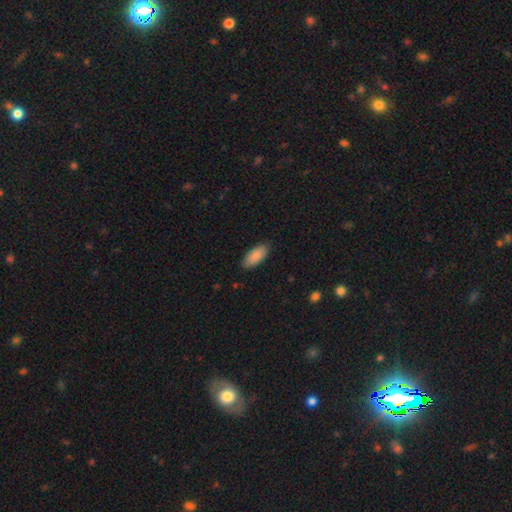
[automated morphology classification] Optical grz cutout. It shows a smooth galaxy with no disk features (88%) that is in between round and cigar-shaped (88%). Merging: none (86%).